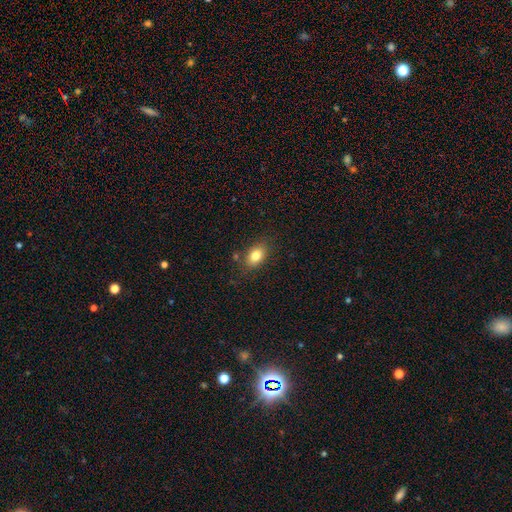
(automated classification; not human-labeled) Q: Smooth or featured?
A: smooth (81%); runner-up: star or artifact (10%)
Q: How rounded?
A: in between (81%); runner-up: round (17%)
Q: Merging?
A: none (80%); runner-up: minor disturbance (13%)